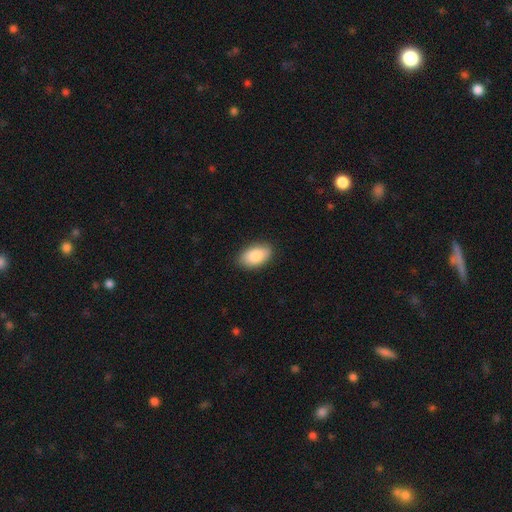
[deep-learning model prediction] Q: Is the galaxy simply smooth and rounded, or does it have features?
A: smooth — 85%.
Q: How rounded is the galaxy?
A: in between — 93%.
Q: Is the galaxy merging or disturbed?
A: none — 87%.